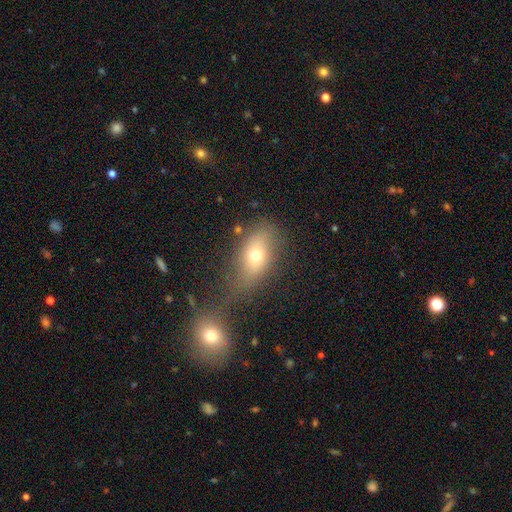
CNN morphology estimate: Q: Smooth or featured?
A: smooth (66%); runner-up: featured or disk (21%)
Q: How rounded?
A: in between (77%); runner-up: round (18%)
Q: Merging?
A: none (49%); runner-up: merger (28%)